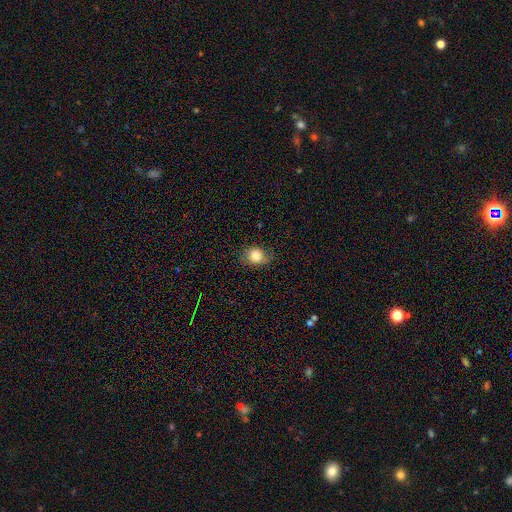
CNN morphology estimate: Q: Smooth or featured?
A: smooth (82%); runner-up: star or artifact (10%)
Q: How rounded?
A: round (56%); runner-up: in between (43%)
Q: Merging?
A: none (73%); runner-up: minor disturbance (20%)